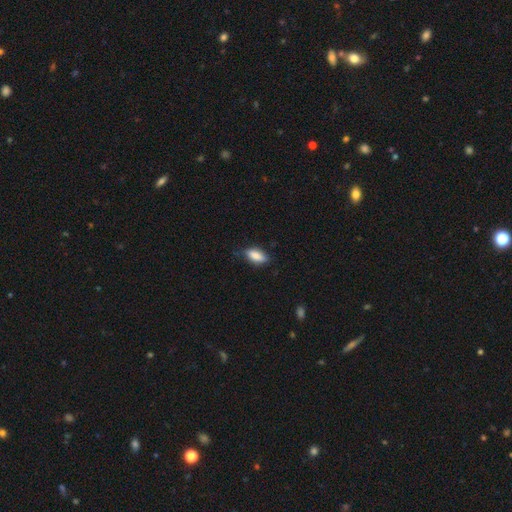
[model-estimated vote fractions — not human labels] A smooth galaxy with no disk features (83%) that is in between round and cigar-shaped (82%). Merging: none (72%).